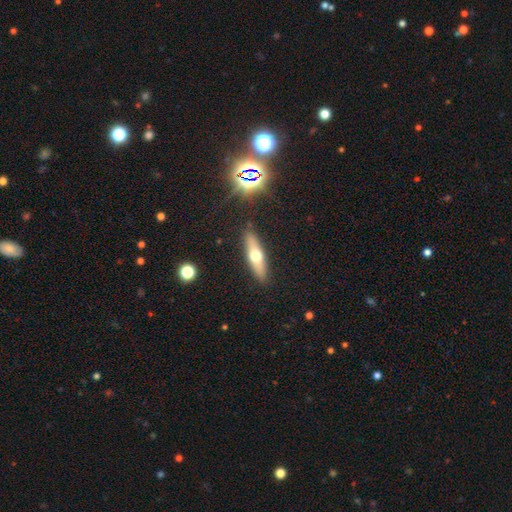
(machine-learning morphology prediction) Smooth or featured?
  - smooth: 49% *
  - featured or disk: 44%
  - star or artifact: 7%
Merging?
  - none: 88% *
  - minor disturbance: 8%
  - major disturbance: 2%
  - merger: 2%